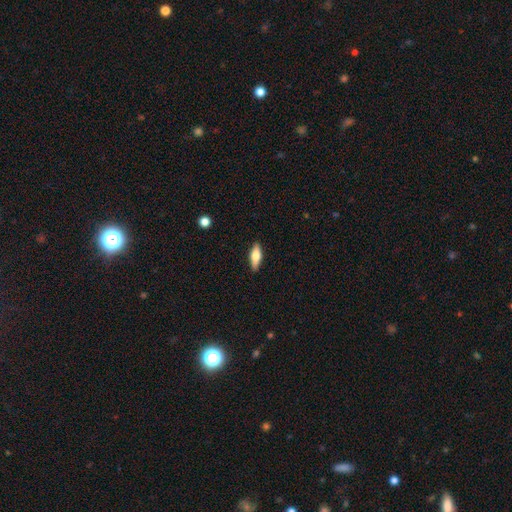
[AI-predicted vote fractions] This is likely a smooth galaxy (61%). How rounded: possibly in between (60%). Merging: clearly none (87%).